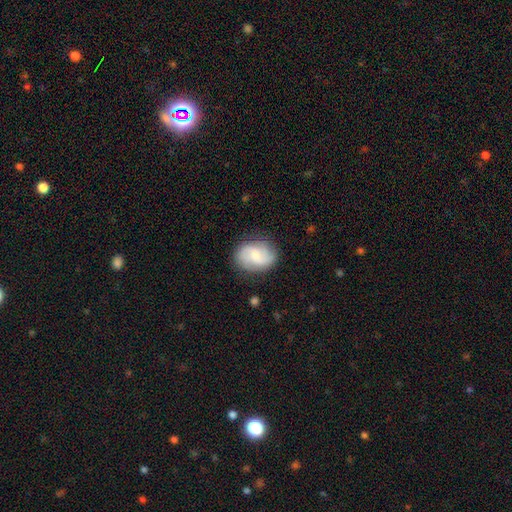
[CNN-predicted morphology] A featured or disk galaxy (62%) with a weak bar (47%), 2 (63%) medium (46%) spiral arms (94%) and a small central bulge (51%). Merging: none (80%).